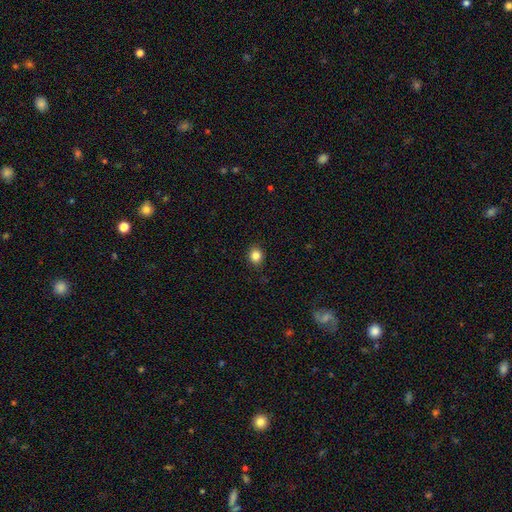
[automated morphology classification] smooth 84%, star or artifact 11%, featured or disk 5%. Down the decision tree: how rounded — round (73%); merging — none (89%).